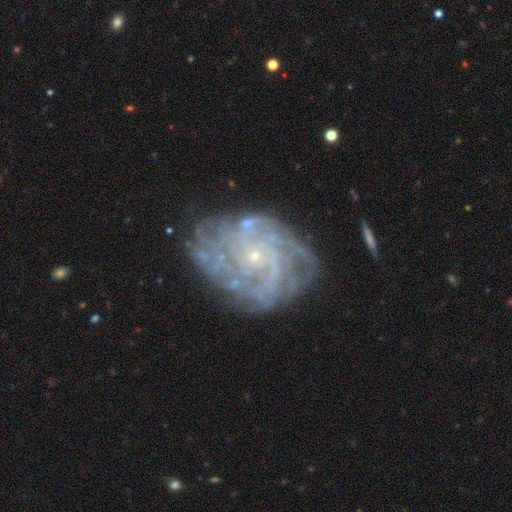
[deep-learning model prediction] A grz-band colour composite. It shows a featured or disk galaxy (88%) with no bar (78%), tight (71%) spiral arms (96%) and a small central bulge (89%). Merging: none (71%).